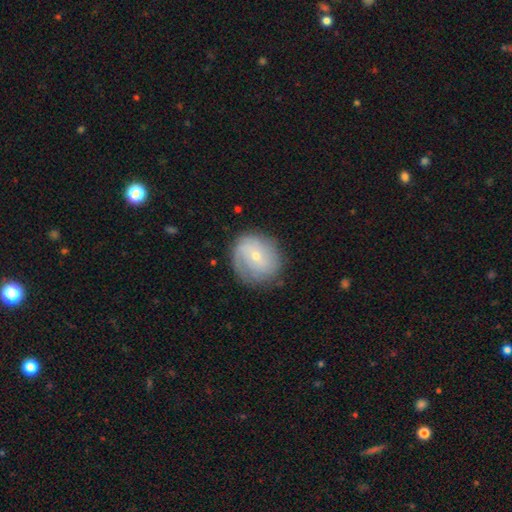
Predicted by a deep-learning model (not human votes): Overall: featured or disk (52%; smooth 39%). Edge-on disk: no (96%). Bar: no (62%; weak 31%). Spiral arms: yes (73%). Bulge size: small (70%). Merging: none (75%).